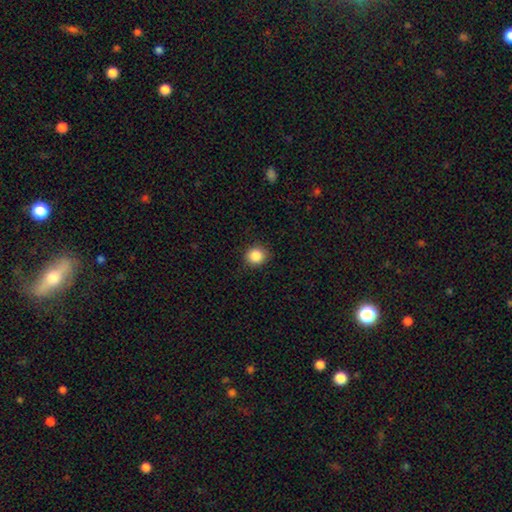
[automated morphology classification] type=smooth (86%); roundness=round (86%); merging=none (89%).